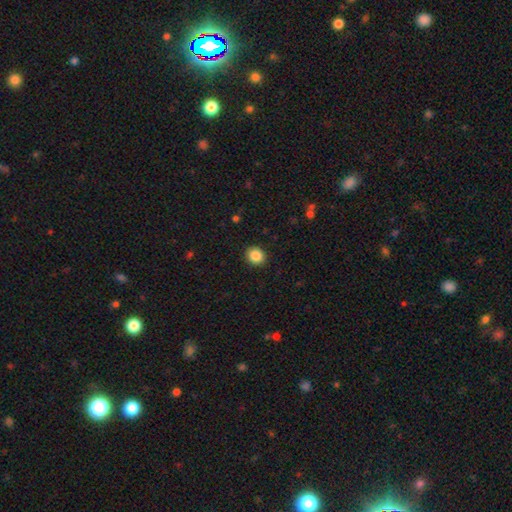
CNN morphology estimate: A smooth galaxy with no disk features (86%) that is round (85%).

Vote fractions:
- Smooth or featured? smooth: 86% / star or artifact: 10% / featured or disk: 4%
- How rounded? round: 85% / in between: 14% / cigar-shaped: 1%
- Merging? none: 92% / minor disturbance: 5% / major disturbance: 2% / merger: 1%